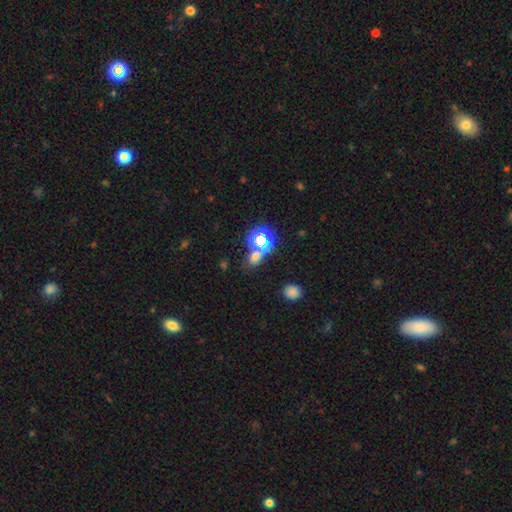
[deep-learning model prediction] Overall: smooth (50%; star or artifact 41%). How rounded: in between (52%; round 45%). Merging: none (59%; merger 22%).